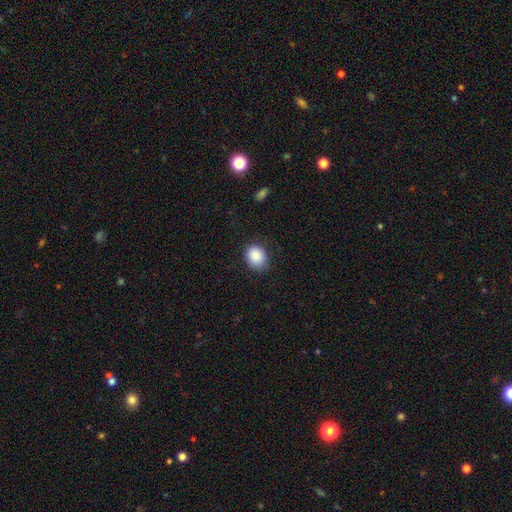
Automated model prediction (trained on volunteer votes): smooth_or_featured: smooth (p=0.86) [alt: star or artifact p=0.08]
how_rounded: round (p=0.54) [alt: in between p=0.45]
merging: none (p=0.84) [alt: minor disturbance p=0.13]